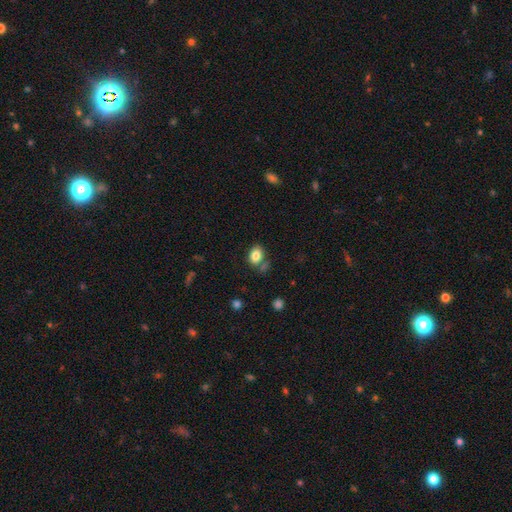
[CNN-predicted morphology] This is clearly a smooth galaxy (83%). How rounded: likely in between (72%). Merging: likely none (67%).